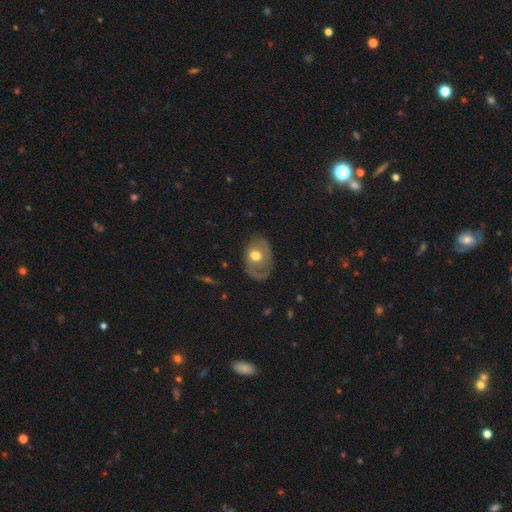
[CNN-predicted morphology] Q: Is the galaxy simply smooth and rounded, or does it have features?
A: smooth — 47%.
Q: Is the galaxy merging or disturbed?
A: none — 60%.